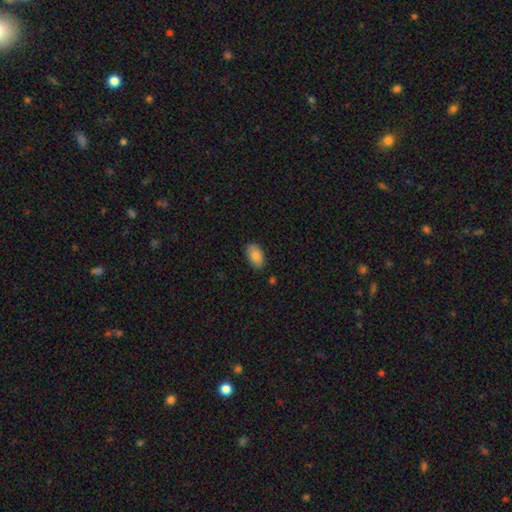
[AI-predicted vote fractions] smooth 85%, featured or disk 8%, star or artifact 7%. Down the decision tree: how rounded — in between (93%); merging — none (86%).